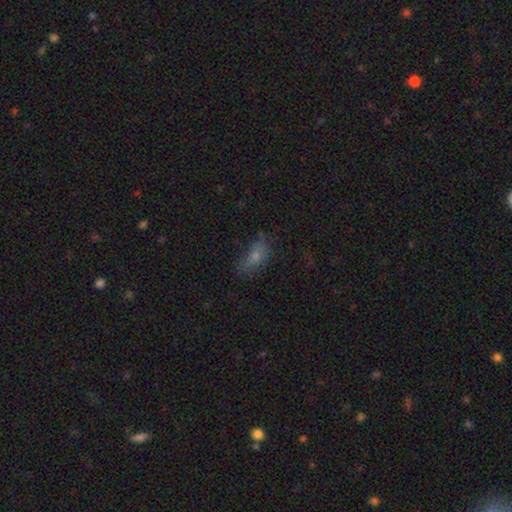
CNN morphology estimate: smooth-or-featured: smooth: 70% | featured or disk: 17% | star or artifact: 13%
  how-rounded: in between: 81% | cigar-shaped: 13% | round: 6%
  merging: none: 54% | minor disturbance: 30% | major disturbance: 13% | merger: 3%